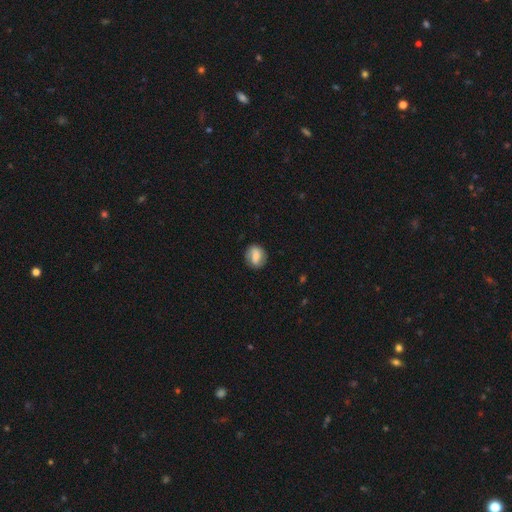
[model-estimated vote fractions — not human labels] smooth_or_featured: smooth (p=0.63) [alt: featured or disk p=0.29]
how_rounded: round (p=0.65) [alt: in between p=0.33]
merging: none (p=0.79) [alt: minor disturbance p=0.15]